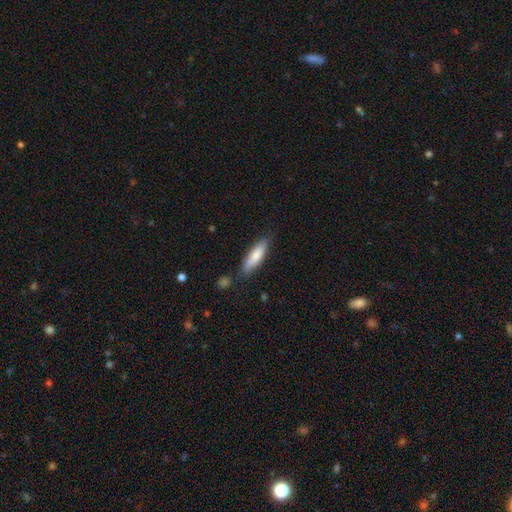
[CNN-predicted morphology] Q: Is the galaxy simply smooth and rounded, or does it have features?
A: smooth — 77%.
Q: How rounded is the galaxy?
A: cigar-shaped — 64%.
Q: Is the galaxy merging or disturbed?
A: none — 77%.